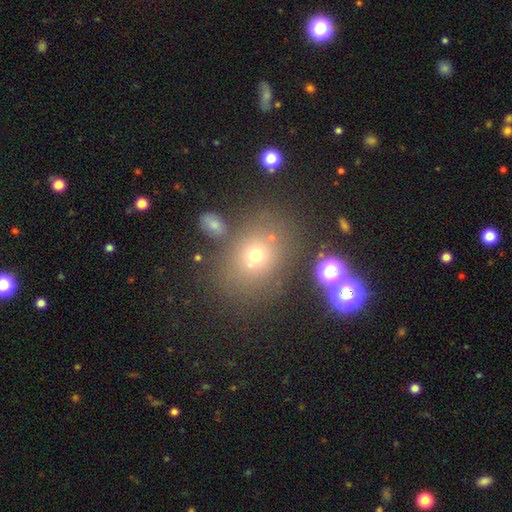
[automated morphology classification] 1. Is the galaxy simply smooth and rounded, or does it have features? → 65% smooth, 21% star or artifact, 14% featured or disk.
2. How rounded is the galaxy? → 51% round, 48% in between, 1% cigar-shaped.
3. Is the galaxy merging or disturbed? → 71% none, 13% minor disturbance, 9% merger, 7% major disturbance.